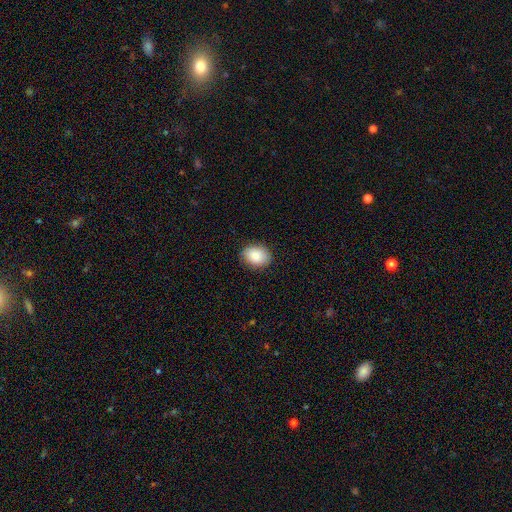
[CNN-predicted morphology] Q: Smooth or featured?
A: smooth (86%); runner-up: star or artifact (7%)
Q: How rounded?
A: in between (67%); runner-up: round (33%)
Q: Merging?
A: none (87%); runner-up: minor disturbance (10%)